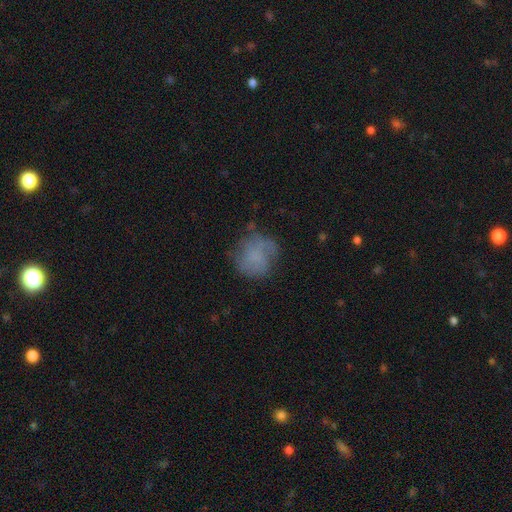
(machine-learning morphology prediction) Smooth or featured? smooth (56%)
How rounded? round (76%)
Merging? none (55%)